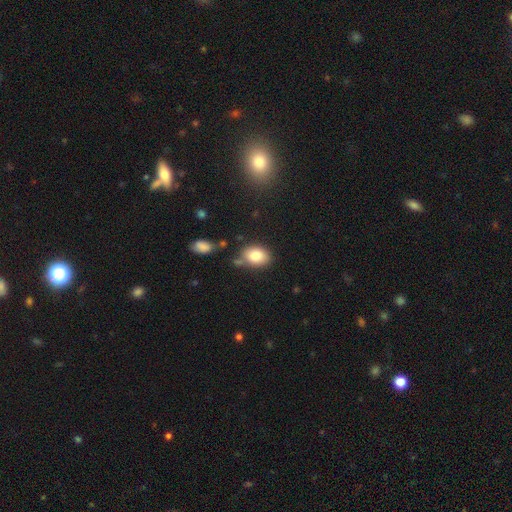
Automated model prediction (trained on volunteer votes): A smooth galaxy with no disk features (83%) that is in between round and cigar-shaped (78%).

Vote fractions:
- Smooth or featured? smooth: 83% / featured or disk: 9% / star or artifact: 8%
- How rounded? in between: 78% / round: 21% / cigar-shaped: 1%
- Merging? none: 70% / minor disturbance: 17% / merger: 9% / major disturbance: 4%